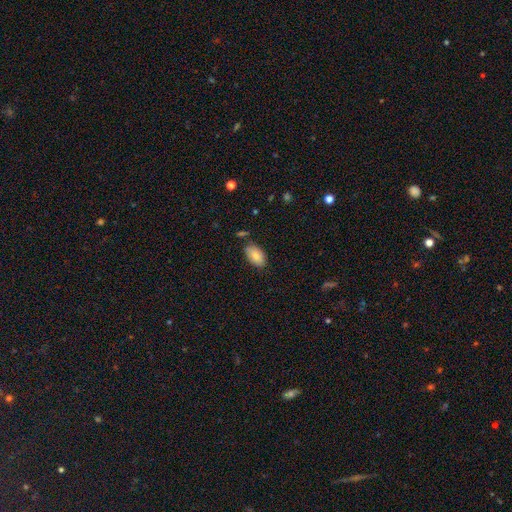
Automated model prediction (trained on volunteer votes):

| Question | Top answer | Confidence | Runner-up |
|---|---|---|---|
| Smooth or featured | smooth | 84% | featured or disk (9%) |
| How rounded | in between | 94% | round (4%) |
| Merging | none | 78% | minor disturbance (15%) |